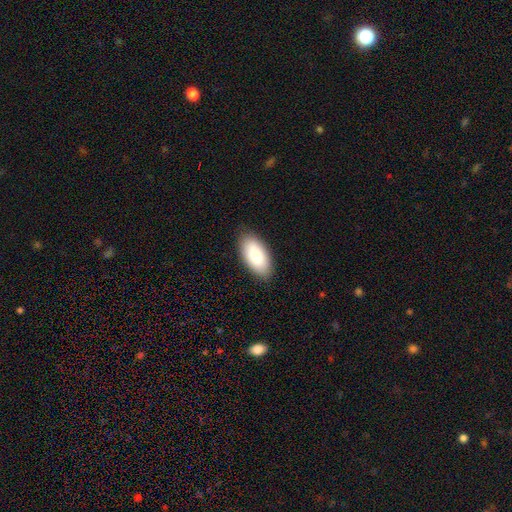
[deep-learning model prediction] Smooth or featured: smooth — 88% (featured or disk — 6%)
How rounded: in between — 93% (cigar-shaped — 5%)
Merging: none — 86% (minor disturbance — 10%)